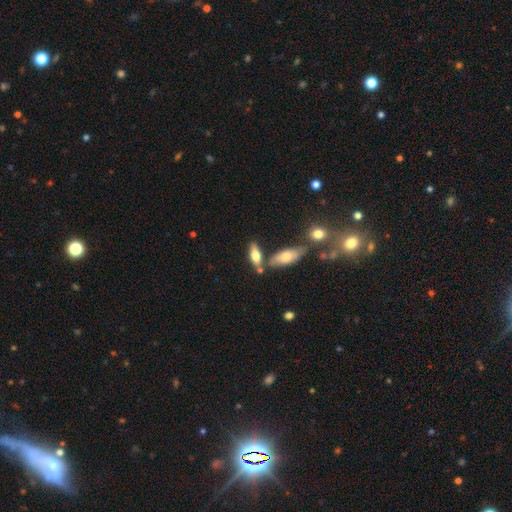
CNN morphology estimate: This is likely a smooth galaxy (67%). How rounded: likely in between (72%). Merging: possibly none (59%).